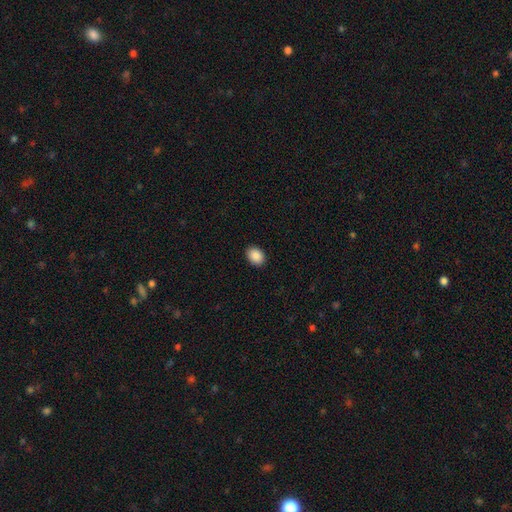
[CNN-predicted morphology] smooth_or_featured: smooth (p=0.90) [alt: star or artifact p=0.07]
how_rounded: in between (p=0.66) [alt: round p=0.34]
merging: none (p=0.91) [alt: minor disturbance p=0.07]